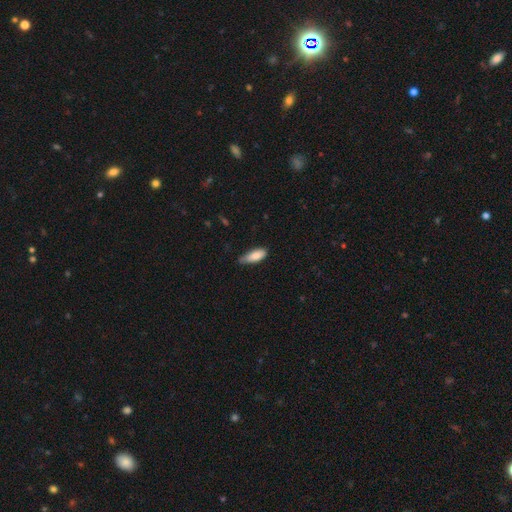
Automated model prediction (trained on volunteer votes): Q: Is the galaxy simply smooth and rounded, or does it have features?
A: smooth — 81%.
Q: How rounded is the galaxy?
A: in between — 71%.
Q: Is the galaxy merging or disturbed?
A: none — 52%.